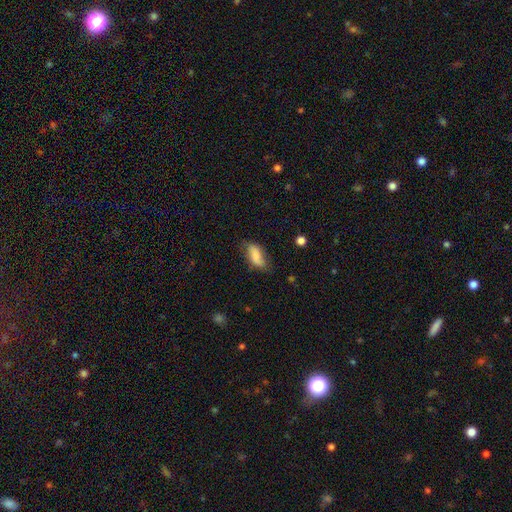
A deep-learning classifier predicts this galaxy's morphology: smooth 76%, featured or disk 16%, star or artifact 8%. Down the decision tree: how rounded — in between (86%); merging — none (60%).